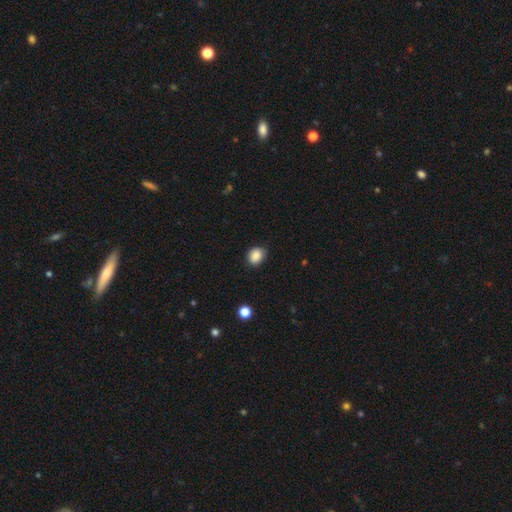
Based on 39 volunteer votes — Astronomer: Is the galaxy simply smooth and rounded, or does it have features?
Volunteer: smooth — 90%.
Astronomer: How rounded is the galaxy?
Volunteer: round — 63%.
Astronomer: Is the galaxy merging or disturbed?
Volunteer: none — 81%.